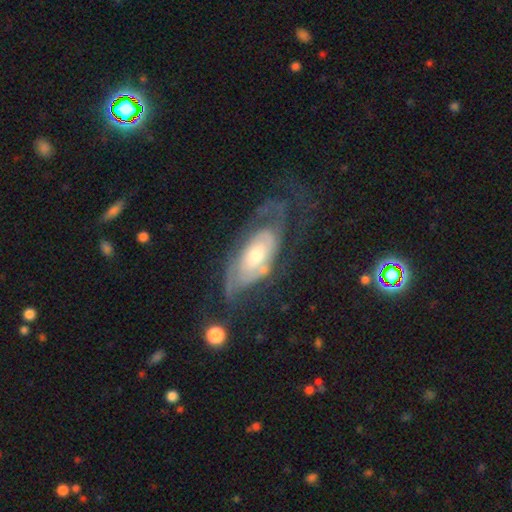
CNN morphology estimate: featured or disk 78%, smooth 16%, star or artifact 6%. Down the decision tree: edge-on disk — no (90%); bar — no (71%); spiral arms — yes (83%); spiral arm count — can't tell (43%); spiral winding — tight (55%); bulge size — moderate (53%); merging — none (44%).